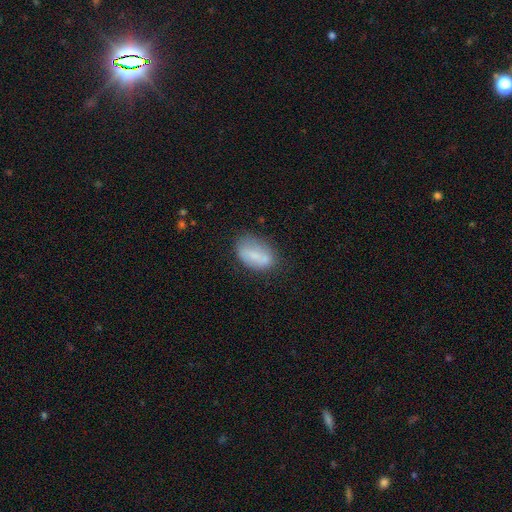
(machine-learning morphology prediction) The model was most divided on "merging": none: 59%, minor disturbance: 25%, merger: 8%, major disturbance: 8%. More confident: how rounded — in between (87%); smooth or featured — smooth (66%).